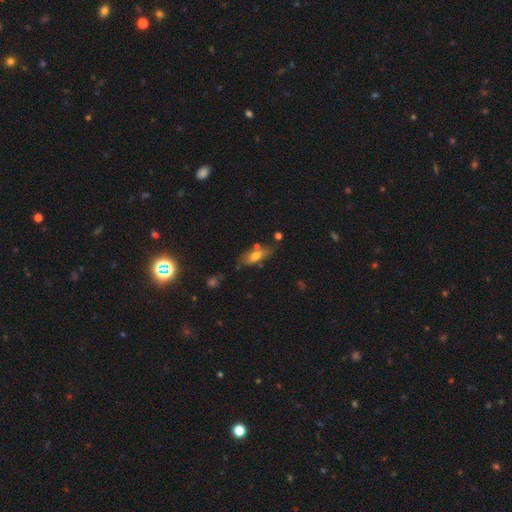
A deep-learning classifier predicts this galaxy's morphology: Smooth or featured? smooth (58%)
How rounded? in between (66%)
Merging? none (59%)